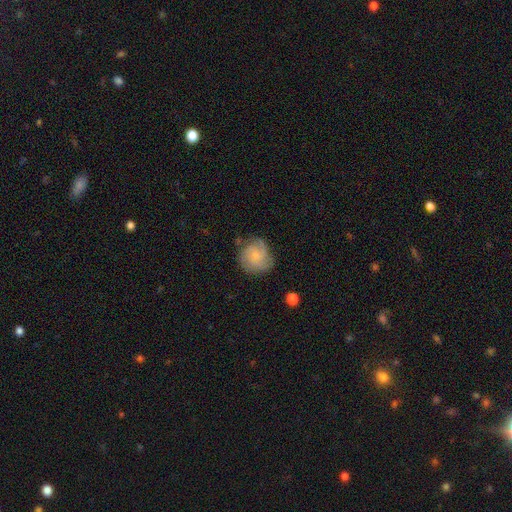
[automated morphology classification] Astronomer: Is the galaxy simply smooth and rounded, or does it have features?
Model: featured or disk — 69%.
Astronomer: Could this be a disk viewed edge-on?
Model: no — 98%.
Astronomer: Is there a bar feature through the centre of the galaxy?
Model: no — 76%.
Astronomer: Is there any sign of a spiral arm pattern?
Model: yes — 94%.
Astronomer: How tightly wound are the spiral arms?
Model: tight — 48% (runner-up: medium, 40%).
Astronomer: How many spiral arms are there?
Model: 3 — 45%.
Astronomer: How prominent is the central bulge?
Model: small — 71%.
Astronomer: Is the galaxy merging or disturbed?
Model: none — 72%.